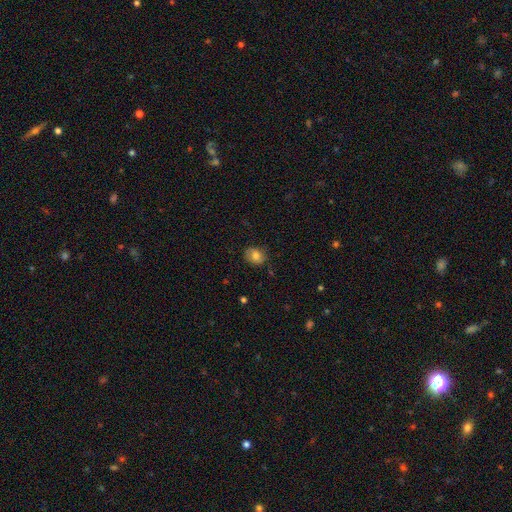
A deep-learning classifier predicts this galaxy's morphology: smooth_or_featured: smooth (p=0.77) [alt: featured or disk p=0.14]
how_rounded: round (p=0.55) [alt: in between p=0.44]
merging: none (p=0.79) [alt: minor disturbance p=0.16]